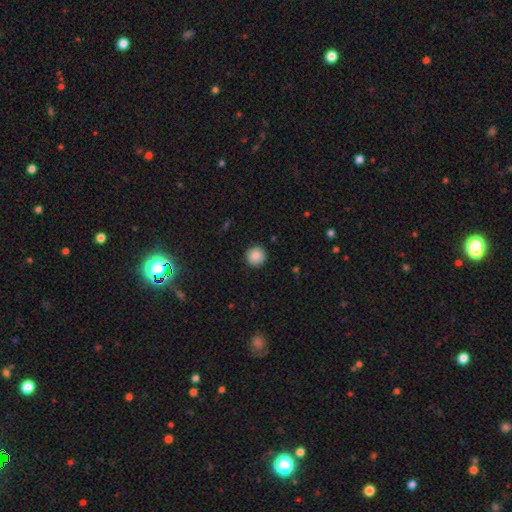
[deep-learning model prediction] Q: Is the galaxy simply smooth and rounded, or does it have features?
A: smooth — 88%.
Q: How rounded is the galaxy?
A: round — 95%.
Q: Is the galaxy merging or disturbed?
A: none — 91%.